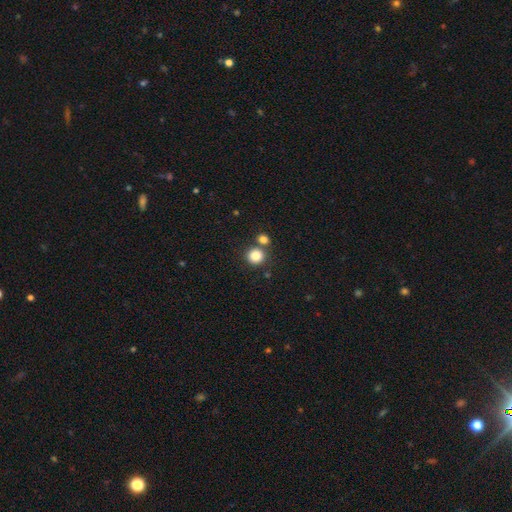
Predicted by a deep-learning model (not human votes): Overall: smooth (84%). How rounded: round (91%). Merging: none (71%).